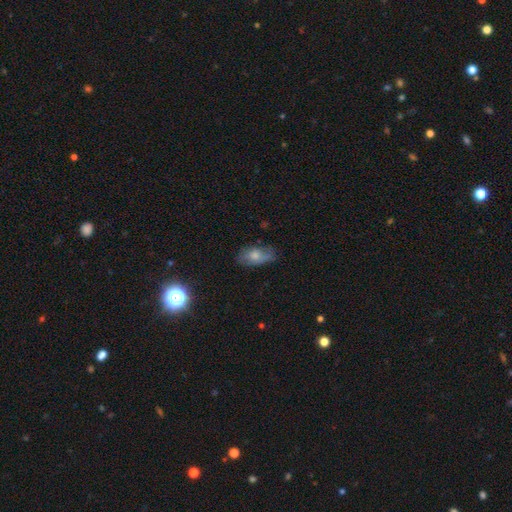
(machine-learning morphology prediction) Smooth or featured? smooth (67%)
How rounded? in between (89%)
Merging? none (68%)